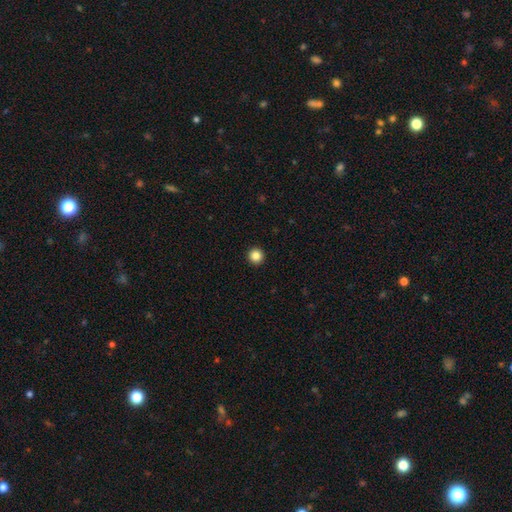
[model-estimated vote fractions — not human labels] This appears to be a smooth galaxy with no disk features (85%) that is round (96%). Merging: none (94%).